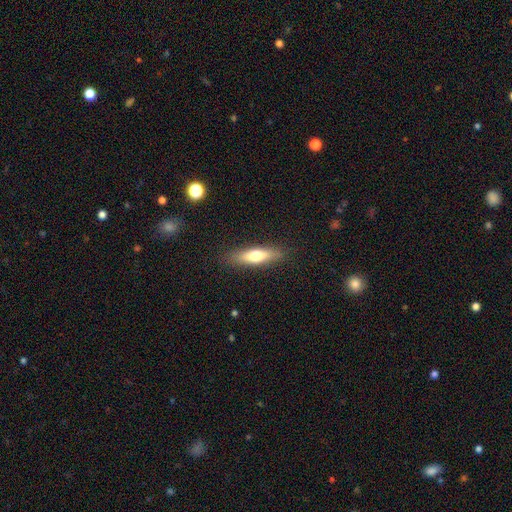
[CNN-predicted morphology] This appears to be a smooth galaxy with no disk features (64%) that is cigar-shaped (68%). Merging: none (87%).